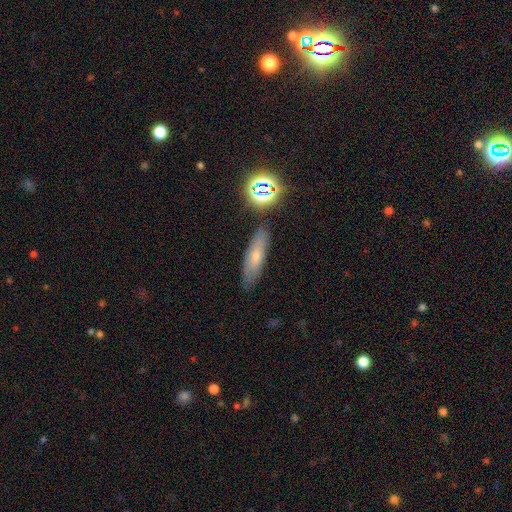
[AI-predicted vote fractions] Overall: smooth (59%; featured or disk 26%). How rounded: cigar-shaped (55%; in between 41%). Merging: none (79%).